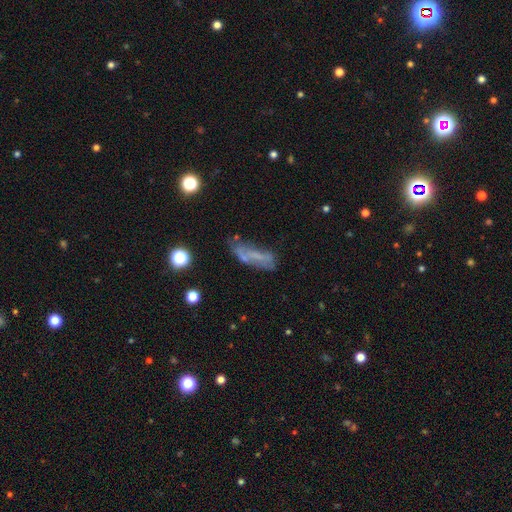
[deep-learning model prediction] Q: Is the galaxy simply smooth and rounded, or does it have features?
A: featured or disk — 43%.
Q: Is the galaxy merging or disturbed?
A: none — 44%.